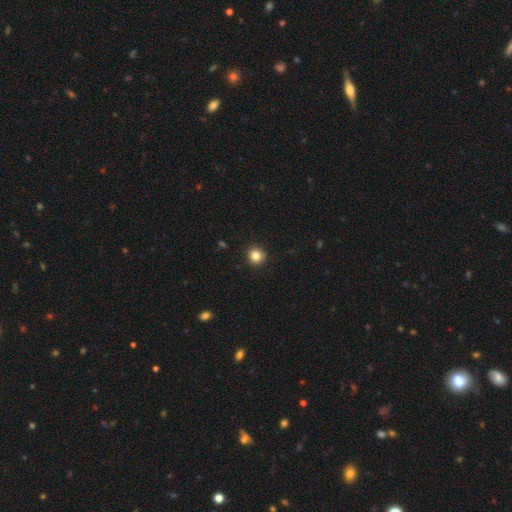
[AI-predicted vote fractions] Smooth or featured? smooth (84%)
How rounded? round (94%)
Merging? none (91%)